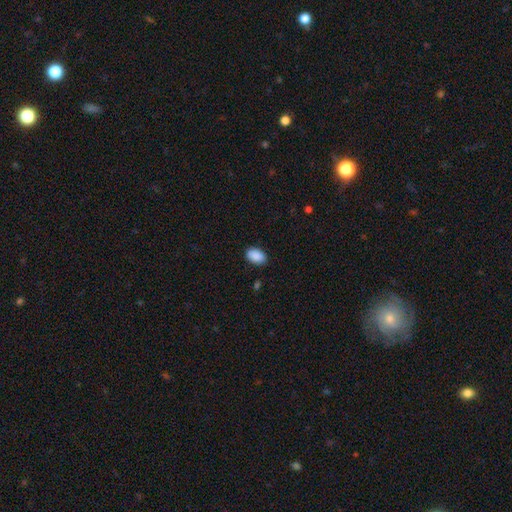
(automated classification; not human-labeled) Smooth or featured: smooth — 90% (star or artifact — 7%)
How rounded: in between — 91% (round — 8%)
Merging: none — 86% (minor disturbance — 11%)